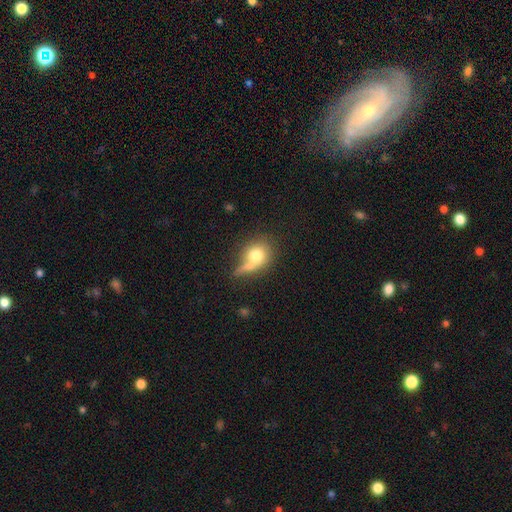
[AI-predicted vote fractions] Q: Smooth or featured?
A: smooth (74%); runner-up: featured or disk (18%)
Q: How rounded?
A: round (65%); runner-up: in between (32%)
Q: Merging?
A: merger (37%); runner-up: none (32%)